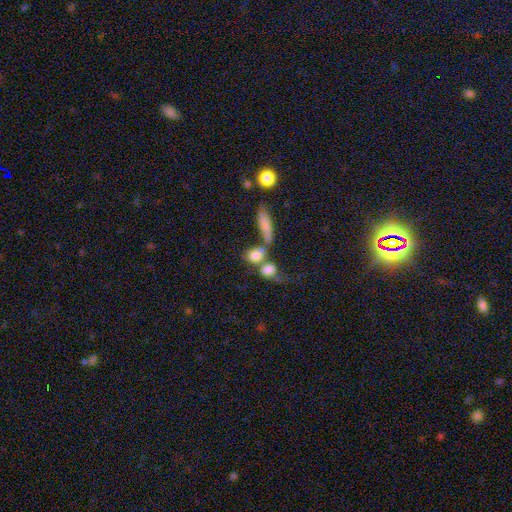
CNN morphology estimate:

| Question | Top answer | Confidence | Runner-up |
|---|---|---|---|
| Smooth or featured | smooth | 75% | featured or disk (15%) |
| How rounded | in between | 51% | round (41%) |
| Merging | merger | 53% | none (28%) |